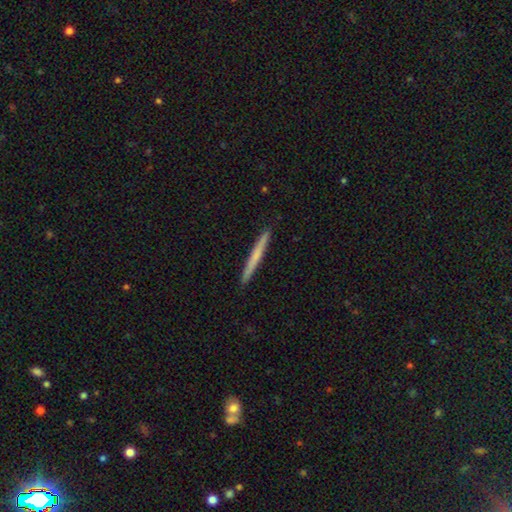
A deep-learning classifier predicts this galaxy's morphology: smooth 57%, featured or disk 37%, star or artifact 5%. Down the decision tree: how rounded — cigar-shaped (97%); merging — none (93%).